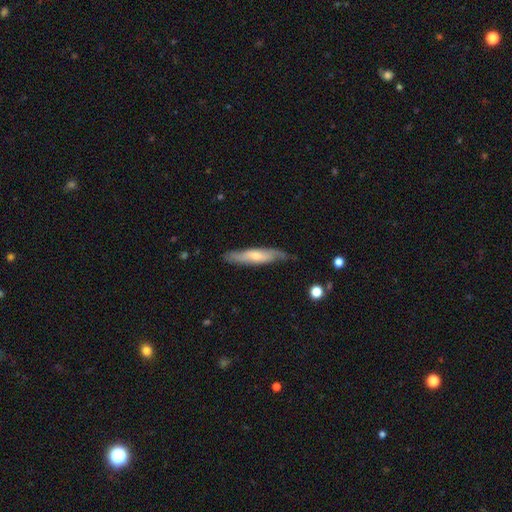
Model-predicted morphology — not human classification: featured or disk 49%, smooth 45%, star or artifact 6%. Down the decision tree: merging — none (76%).